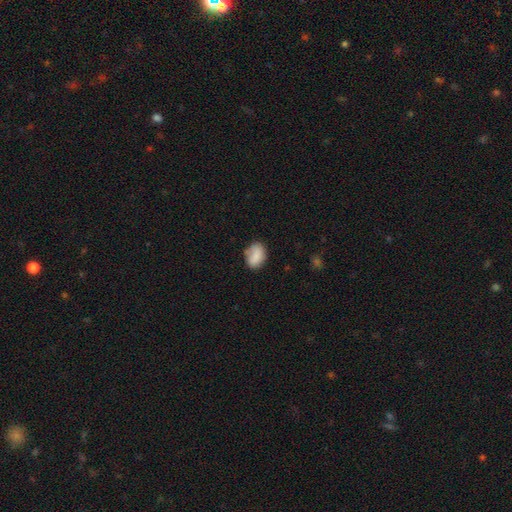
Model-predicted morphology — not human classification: smooth_or_featured: smooth (p=0.84) [alt: featured or disk p=0.08]
how_rounded: in between (p=0.81) [alt: round p=0.18]
merging: none (p=0.68) [alt: minor disturbance p=0.23]